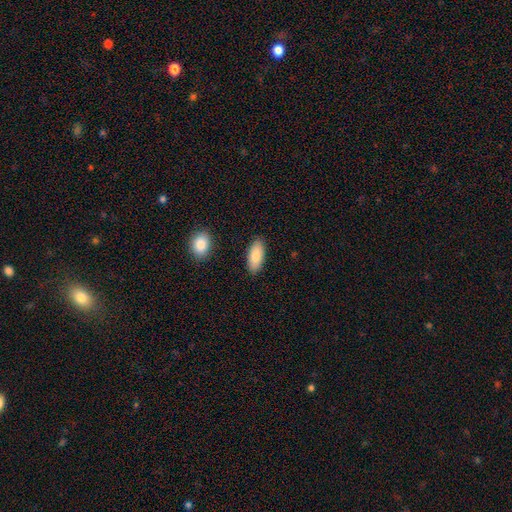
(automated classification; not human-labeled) This is clearly a smooth galaxy (87%). How rounded: clearly in between (87%). Merging: clearly none (87%).